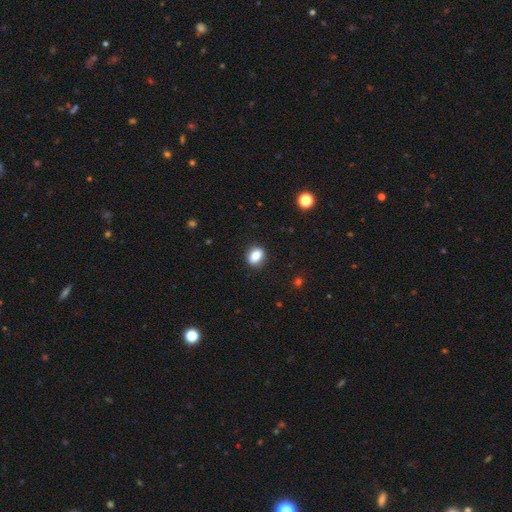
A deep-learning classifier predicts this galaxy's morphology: Overall: smooth (85%). How rounded: in between (69%; round 30%). Merging: none (86%).